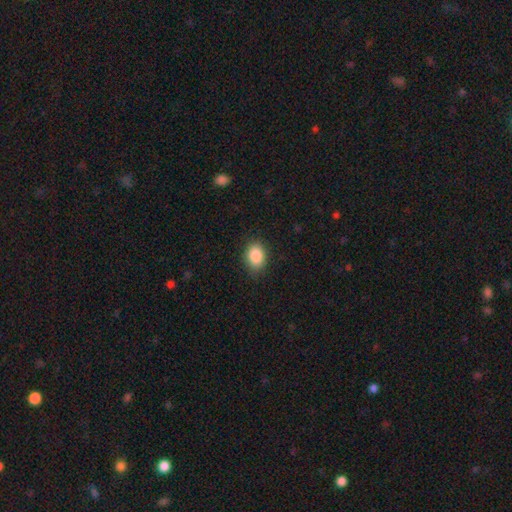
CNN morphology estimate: smooth_or_featured: smooth (p=0.87) [alt: star or artifact p=0.08]
how_rounded: in between (p=0.75) [alt: round p=0.24]
merging: none (p=0.84) [alt: minor disturbance p=0.12]